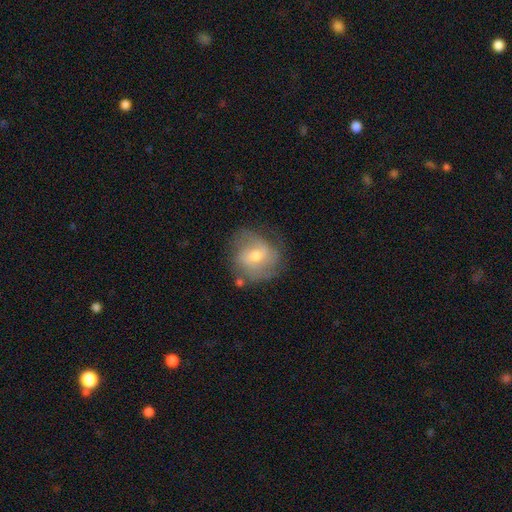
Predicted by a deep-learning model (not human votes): smooth-or-featured: featured or disk: 59% | smooth: 33% | star or artifact: 7%
  disk-edge-on: no: 97% | yes: 3%
    bar: no: 46% | weak: 45% | strong: 9%
    has-spiral-arms: yes: 80% | no: 20%
    bulge-size: moderate: 66% | small: 28% | large: 4% | none: 1% | dominant: 1%
  merging: none: 62% | minor disturbance: 24% | major disturbance: 11% | merger: 3%